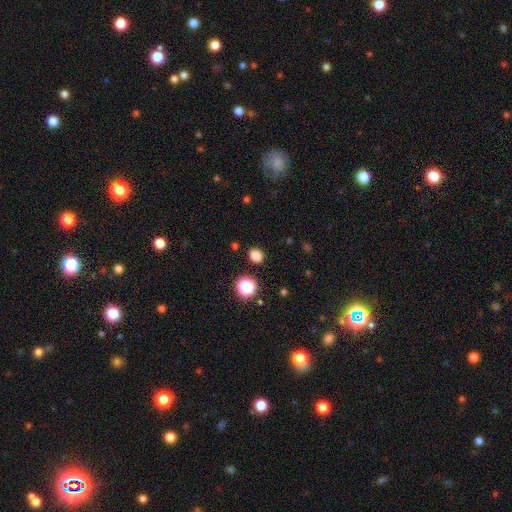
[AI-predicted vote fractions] Overall: smooth (81%). How rounded: round (53%; in between 46%). Merging: none (88%).